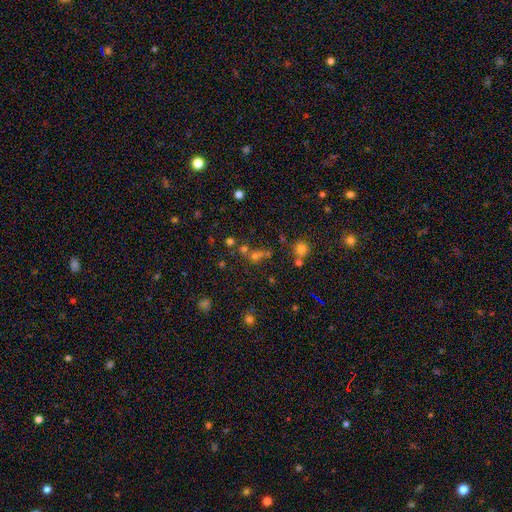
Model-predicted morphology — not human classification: type=smooth (48%); merging=none (51%).